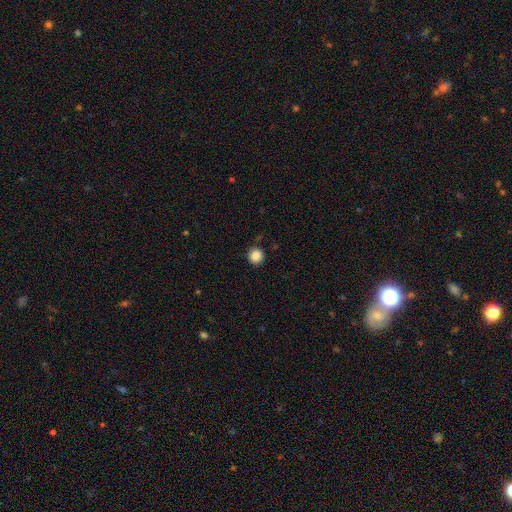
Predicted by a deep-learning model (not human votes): Q: Smooth or featured?
A: smooth (87%); runner-up: star or artifact (10%)
Q: How rounded?
A: round (93%); runner-up: in between (6%)
Q: Merging?
A: none (88%); runner-up: minor disturbance (9%)